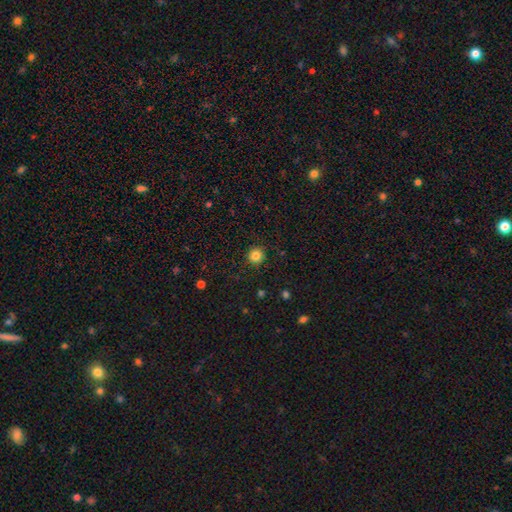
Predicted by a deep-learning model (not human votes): Q: Smooth or featured?
A: smooth (84%); runner-up: star or artifact (12%)
Q: How rounded?
A: round (94%); runner-up: in between (5%)
Q: Merging?
A: none (91%); runner-up: minor disturbance (6%)